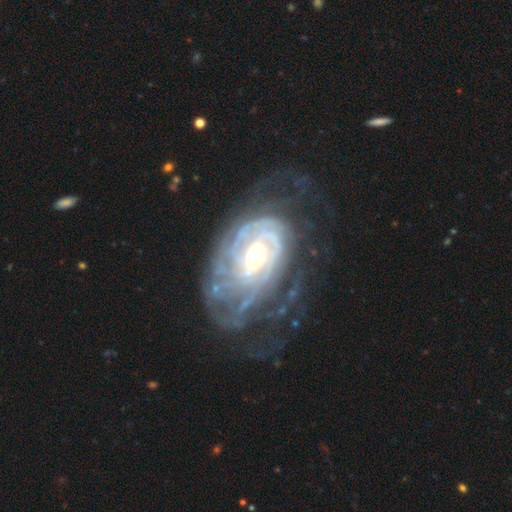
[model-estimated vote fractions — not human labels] Smooth or featured: featured or disk — 87% (smooth — 7%)
Edge-on disk: no — 96% (yes — 4%)
Bar: weak — 42% (no — 41%)
Spiral arms: yes — 95% (no — 5%)
Spiral winding: tight — 73% (medium — 20%)
Spiral arm count: can't tell — 43% (4 — 14%)
Bulge size: small — 56% (moderate — 38%)
Merging: none — 52% (major disturbance — 25%)